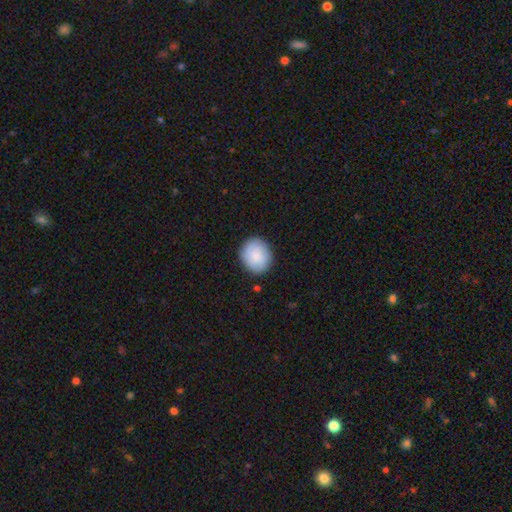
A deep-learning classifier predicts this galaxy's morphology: type=smooth (78%); roundness=round (72%); merging=none (85%).